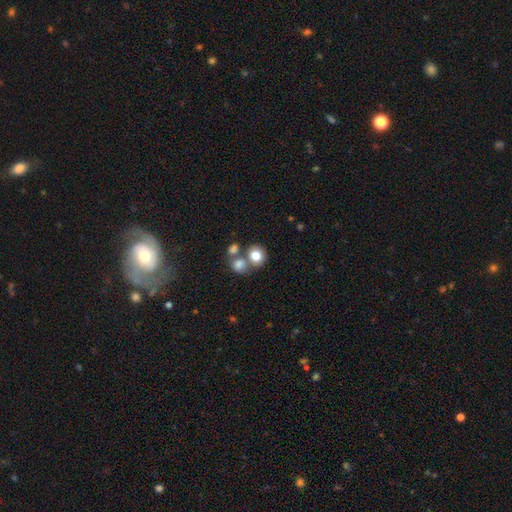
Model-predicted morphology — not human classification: smooth 78%, featured or disk 11%, star or artifact 11%. Down the decision tree: how rounded — round (77%); merging — none (54%).